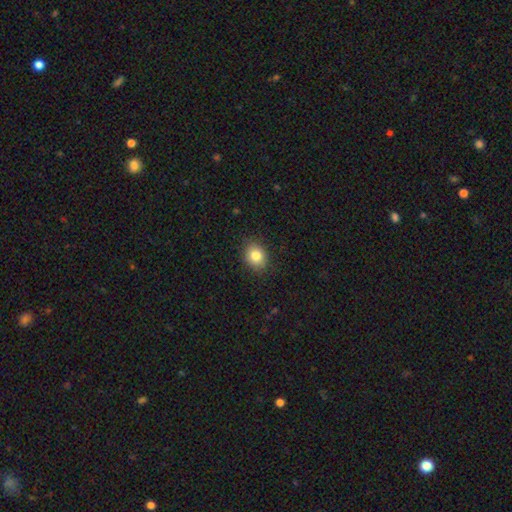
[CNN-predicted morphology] smooth-or-featured: smooth: 83% | star or artifact: 9% | featured or disk: 7%
  how-rounded: in between: 50% | round: 49% | cigar-shaped: 1%
  merging: none: 88% | minor disturbance: 9% | major disturbance: 2% | merger: 1%